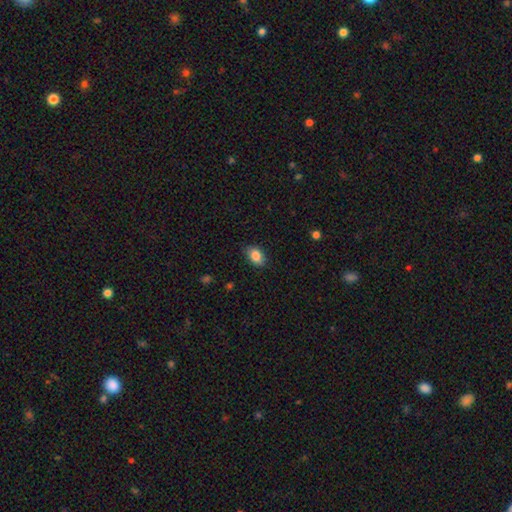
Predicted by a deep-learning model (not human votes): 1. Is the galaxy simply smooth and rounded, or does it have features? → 86% smooth, 8% star or artifact, 6% featured or disk.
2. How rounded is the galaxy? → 84% in between, 15% round, 1% cigar-shaped.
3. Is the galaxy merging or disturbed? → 83% none, 13% minor disturbance, 3% major disturbance, 1% merger.